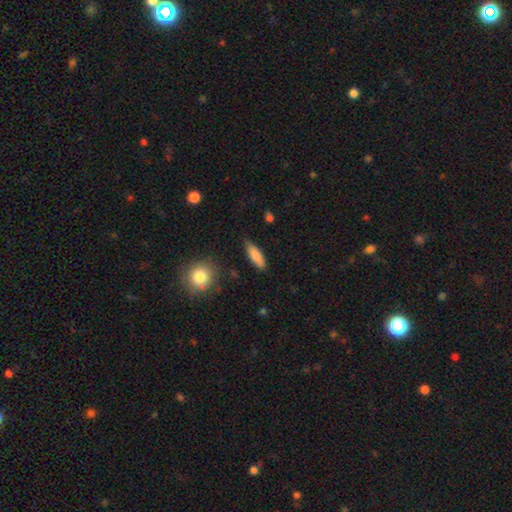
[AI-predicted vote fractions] Smooth or featured? Predicted: smooth (p=0.81). How rounded? Predicted: cigar-shaped (p=0.50). Merging? Predicted: none (p=0.83).